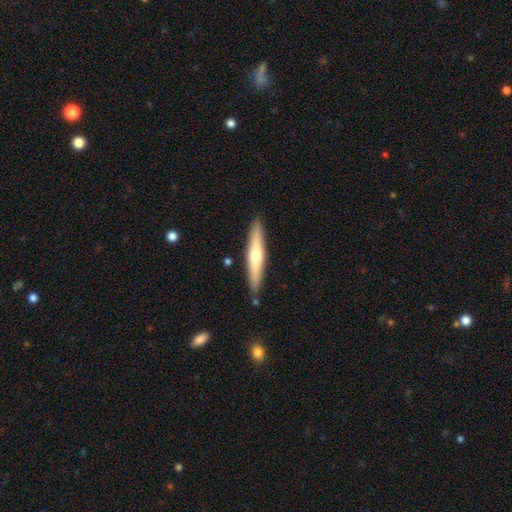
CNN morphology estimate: smooth 51%, featured or disk 44%, star or artifact 5%. Down the decision tree: how rounded — cigar-shaped (92%); merging — none (88%).